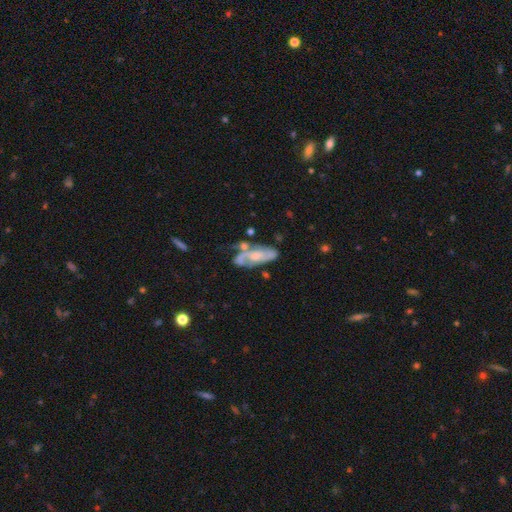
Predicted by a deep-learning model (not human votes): Overall: featured or disk (69%). Edge-on disk: no (89%). Bar: no (62%; weak 29%). Spiral arms: yes (83%). Spiral arm count: 2 (65%). Spiral winding: medium (43%; tight 31%). Bulge size: small (43%; moderate 41%). Merging: none (44%; minor disturbance 24%).